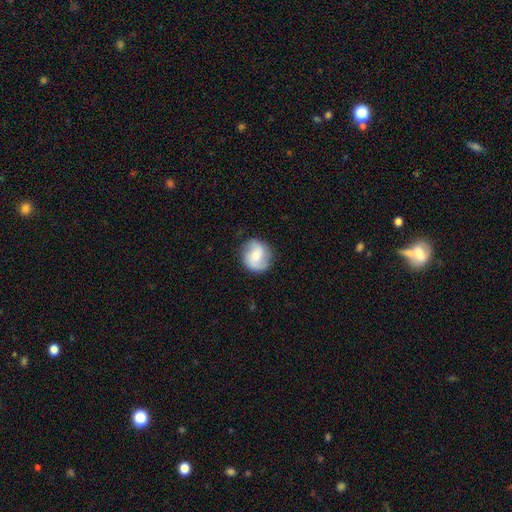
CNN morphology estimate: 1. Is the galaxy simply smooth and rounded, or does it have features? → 54% featured or disk, 39% smooth, 7% star or artifact.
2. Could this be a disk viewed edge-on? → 97% no, 3% yes.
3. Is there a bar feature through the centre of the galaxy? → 46% no, 40% weak, 14% strong.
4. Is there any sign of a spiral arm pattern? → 86% yes, 14% no.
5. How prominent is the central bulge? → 53% moderate, 42% small, 3% large, 2% none, 1% dominant.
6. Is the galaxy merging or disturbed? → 83% none, 12% minor disturbance, 4% major disturbance, 1% merger.